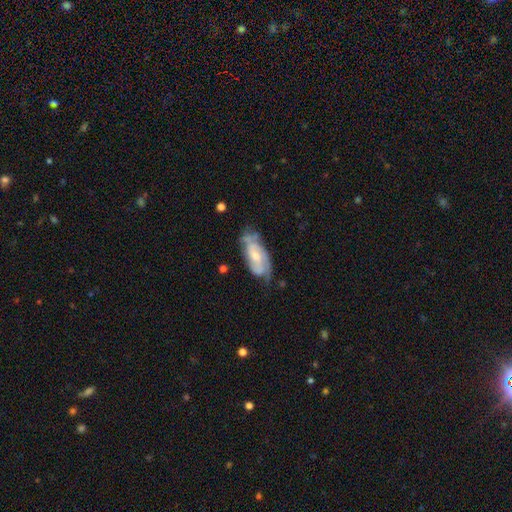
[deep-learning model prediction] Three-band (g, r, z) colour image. It shows a featured or disk galaxy (69%) with no bar (54%), 2 (45%) tight (47%) spiral arms (86%) and a small central bulge (47%). Merging: none (54%).